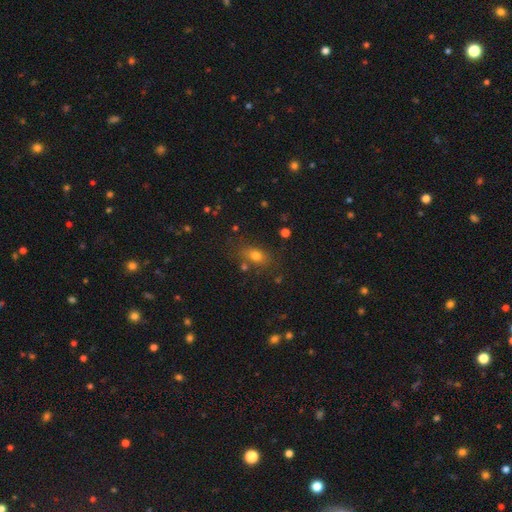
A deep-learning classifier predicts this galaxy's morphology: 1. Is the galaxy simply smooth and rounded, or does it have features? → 72% smooth, 16% star or artifact, 12% featured or disk.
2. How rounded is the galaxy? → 71% in between, 24% round, 6% cigar-shaped.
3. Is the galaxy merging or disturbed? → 74% none, 14% minor disturbance, 7% merger, 5% major disturbance.